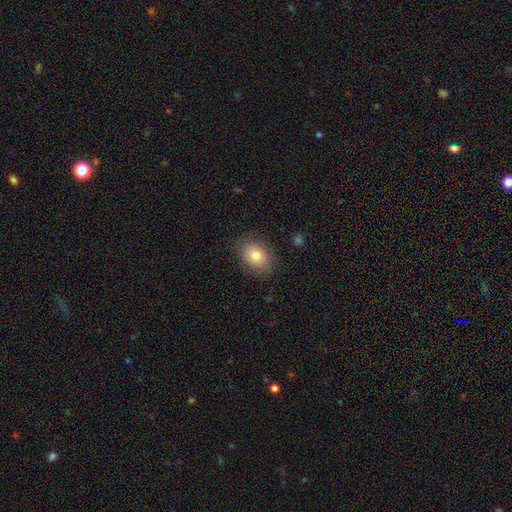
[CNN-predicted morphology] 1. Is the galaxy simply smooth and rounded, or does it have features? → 79% smooth, 12% featured or disk, 9% star or artifact.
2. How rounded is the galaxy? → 64% in between, 35% round, 1% cigar-shaped.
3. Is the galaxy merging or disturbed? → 84% none, 11% minor disturbance, 3% major disturbance, 1% merger.